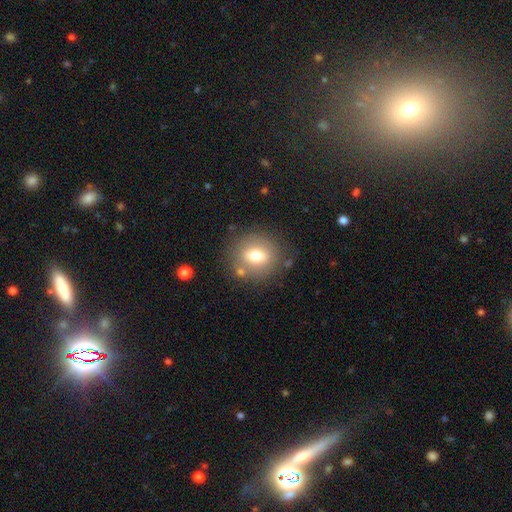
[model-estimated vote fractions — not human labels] A smooth galaxy with no disk features (69%) that is round (76%). Merging: none (78%).